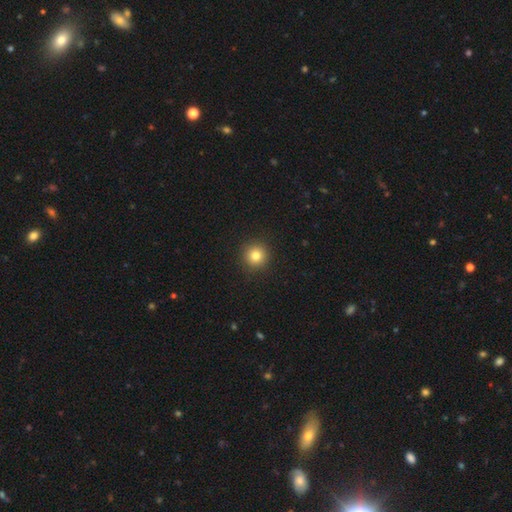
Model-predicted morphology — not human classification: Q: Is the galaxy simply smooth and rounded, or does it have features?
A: smooth — 81%.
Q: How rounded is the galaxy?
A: round — 95%.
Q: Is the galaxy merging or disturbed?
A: none — 92%.